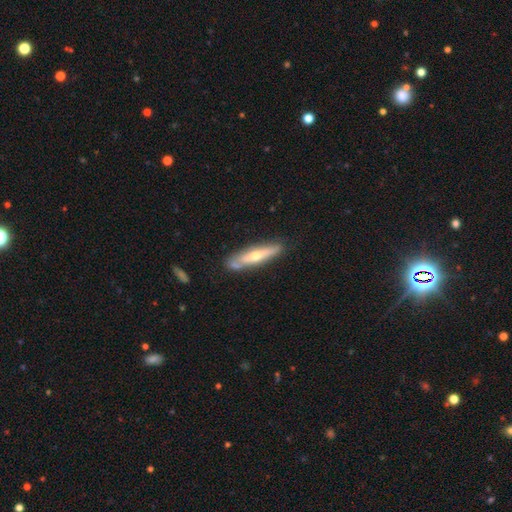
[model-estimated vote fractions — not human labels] smooth_or_featured: featured or disk (p=0.55) [alt: smooth p=0.39]
disk_edge_on: yes (p=0.80) [alt: no p=0.20]
merging: none (p=0.75) [alt: minor disturbance p=0.15]